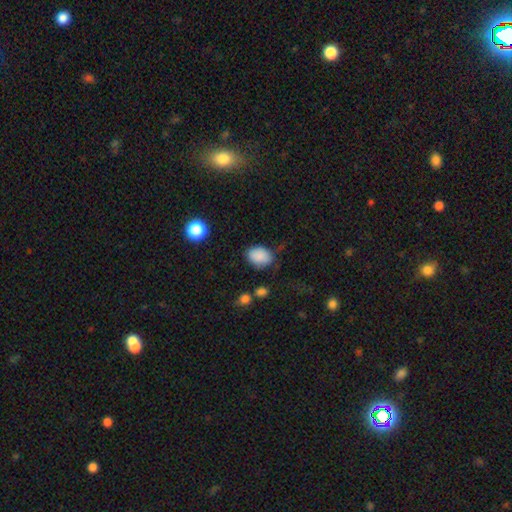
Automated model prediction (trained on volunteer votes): This is clearly a smooth galaxy (86%). How rounded: likely in between (72%). Merging: likely none (67%).